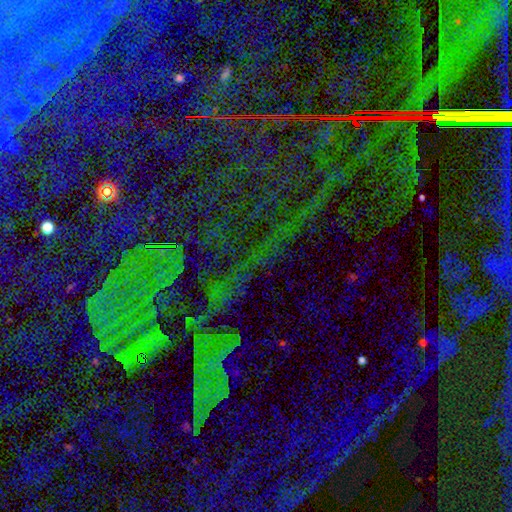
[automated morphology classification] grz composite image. It shows a star or artifact, not a galaxy (80%).